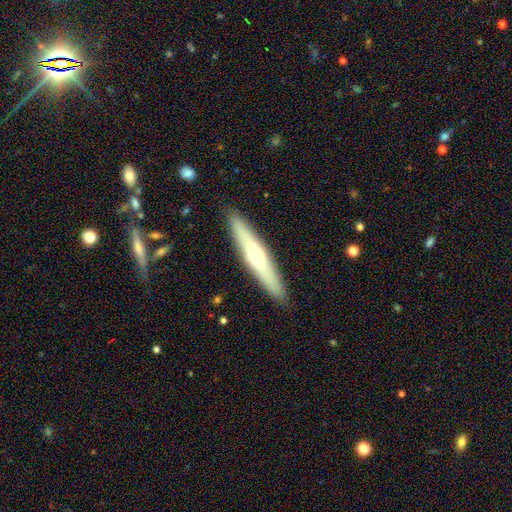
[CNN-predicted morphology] This appears to be a featured or disk galaxy (48%). Merging: none (90%).